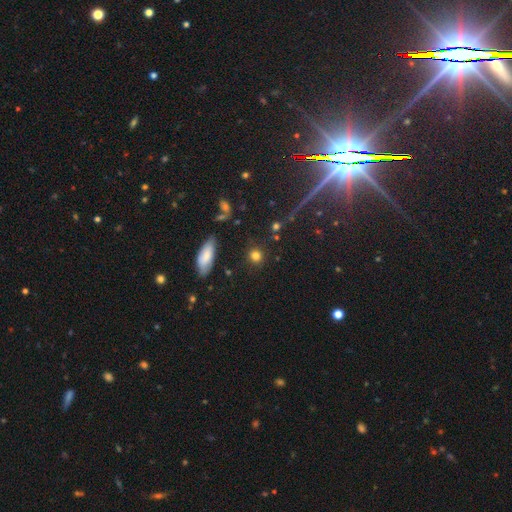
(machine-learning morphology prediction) type=smooth (80%); roundness=round (88%); merging=none (85%).